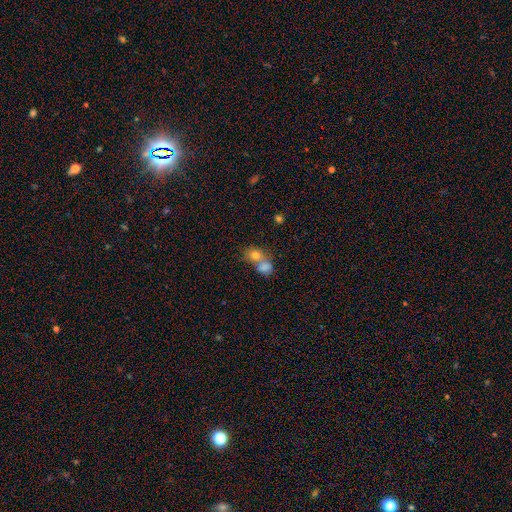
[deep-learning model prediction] Smooth or featured: smooth — 74% (featured or disk — 14%)
How rounded: round — 61% (in between — 37%)
Merging: merger — 67% (none — 24%)